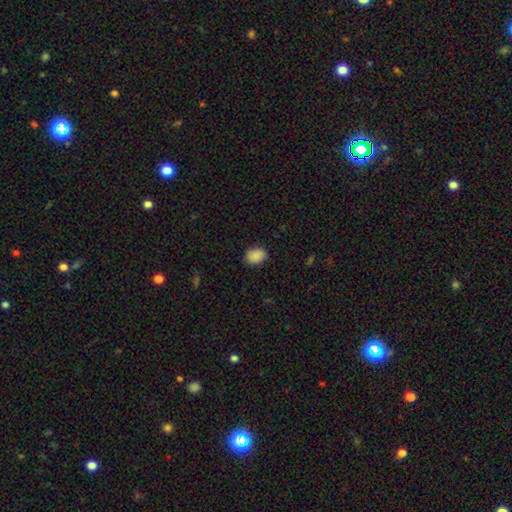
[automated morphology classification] The model was most divided on "how rounded": in between: 64%, round: 35%, cigar-shaped: 1%. More confident: smooth or featured — smooth (89%); merging — none (84%).